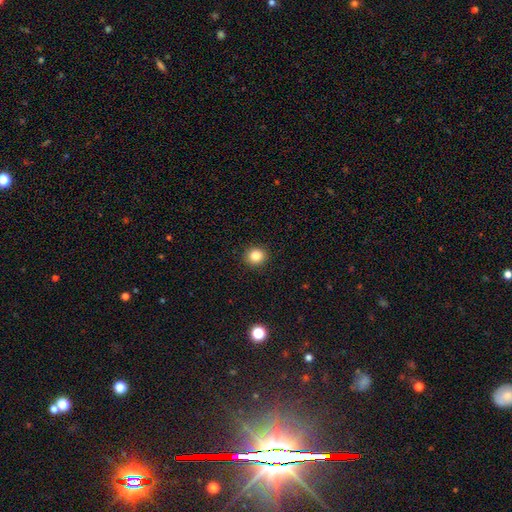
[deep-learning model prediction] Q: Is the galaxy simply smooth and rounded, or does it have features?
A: smooth — 83%.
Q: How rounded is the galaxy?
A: round — 86%.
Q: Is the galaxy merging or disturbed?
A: none — 92%.